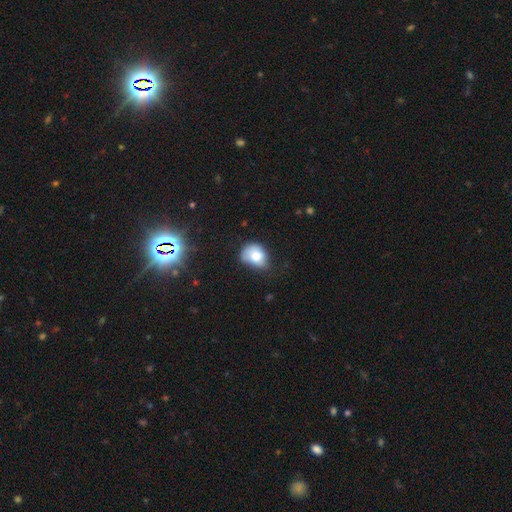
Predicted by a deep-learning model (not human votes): Smooth or featured?
  - smooth: 76% *
  - featured or disk: 15%
  - star or artifact: 10%
How rounded?
  - in between: 56% *
  - round: 43%
  - cigar-shaped: 1%
Merging?
  - minor disturbance: 41% *
  - none: 38%
  - major disturbance: 17%
  - merger: 4%